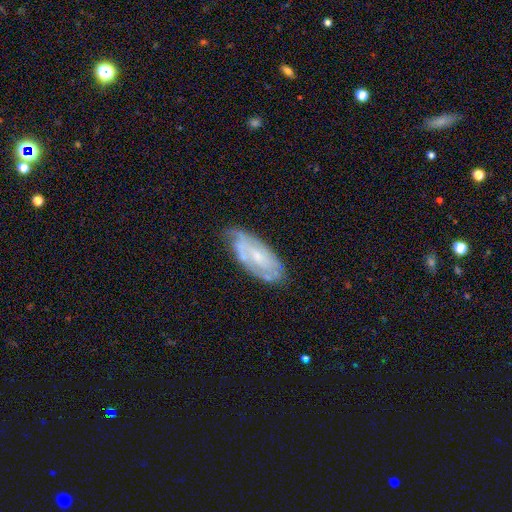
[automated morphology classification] Smooth or featured: featured or disk — 72% (smooth — 21%)
Edge-on disk: no — 91% (yes — 9%)
Bar: no — 53% (weak — 38%)
Spiral arms: yes — 85% (no — 15%)
Spiral winding: tight — 55% (medium — 34%)
Spiral arm count: can't tell — 41% (2 — 38%)
Bulge size: small — 62% (moderate — 27%)
Merging: none — 67% (minor disturbance — 24%)